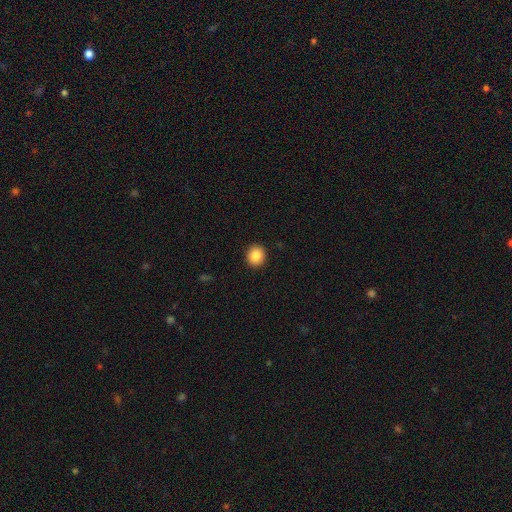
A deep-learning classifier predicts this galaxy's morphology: smooth 86%, star or artifact 9%, featured or disk 5%. Down the decision tree: how rounded — round (85%); merging — none (92%).